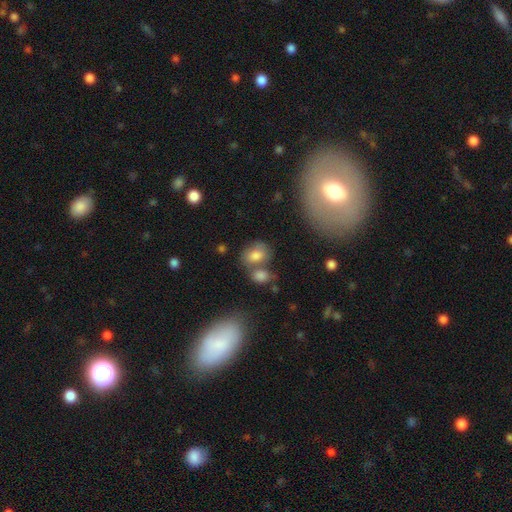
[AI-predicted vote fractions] smooth 75%, featured or disk 14%, star or artifact 11%. Down the decision tree: how rounded — in between (55%); merging — none (46%).